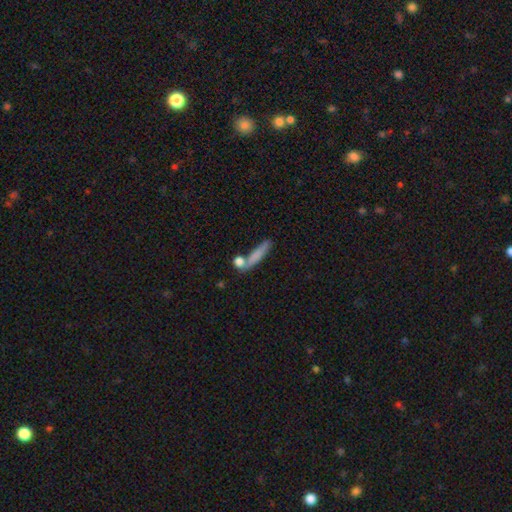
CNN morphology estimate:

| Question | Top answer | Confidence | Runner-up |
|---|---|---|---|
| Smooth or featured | smooth | 73% | featured or disk (19%) |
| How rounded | cigar-shaped | 78% | in between (16%) |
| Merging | none | 61% | merger (18%) |